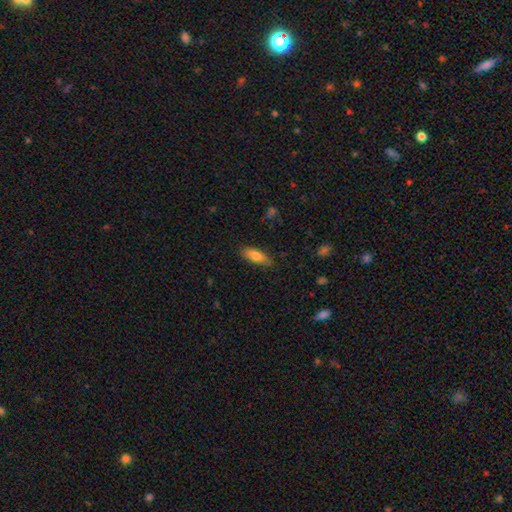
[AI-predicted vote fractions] Smooth or featured? Predicted: smooth (p=0.78). How rounded? Predicted: in between (p=0.70). Merging? Predicted: none (p=0.84).